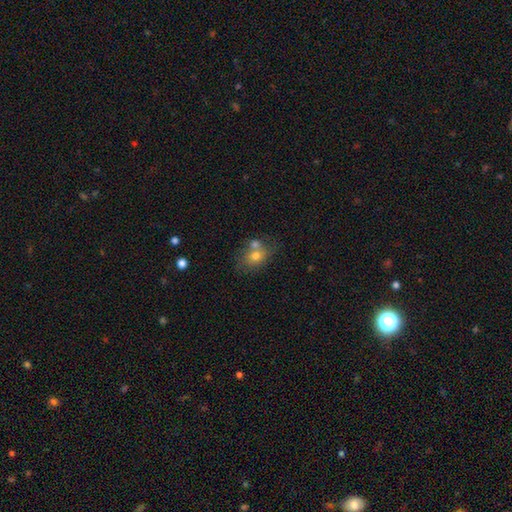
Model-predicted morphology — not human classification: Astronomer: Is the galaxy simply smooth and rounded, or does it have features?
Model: smooth — 69%.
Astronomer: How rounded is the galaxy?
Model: in between — 56% (runner-up: round, 42%).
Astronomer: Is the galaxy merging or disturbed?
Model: none — 44% (runner-up: merger, 38%).